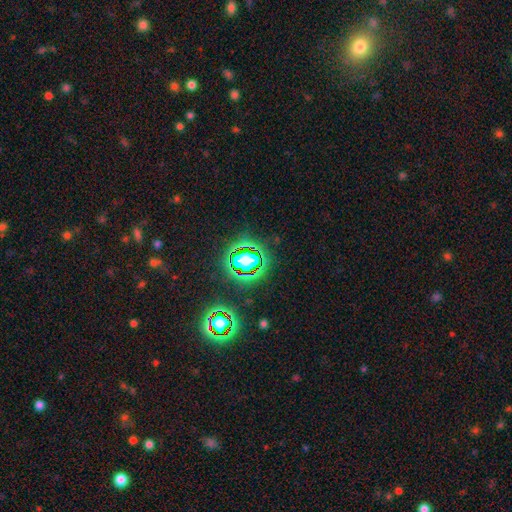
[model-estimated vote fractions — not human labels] Smooth or featured?
  - star or artifact: 74% *
  - smooth: 16%
  - featured or disk: 10%